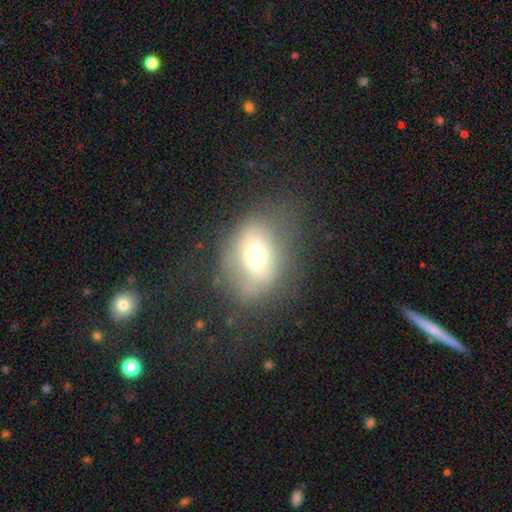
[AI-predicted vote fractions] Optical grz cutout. It shows a smooth galaxy with no disk features (59%) that is in between round and cigar-shaped (69%). Merging: none (48%).